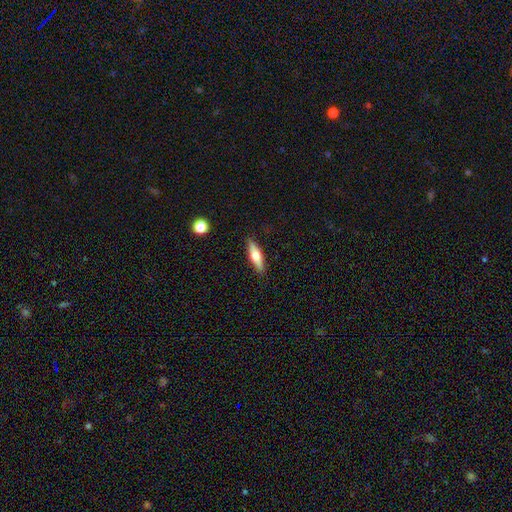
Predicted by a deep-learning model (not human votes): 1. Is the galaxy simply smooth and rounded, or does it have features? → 52% smooth, 42% featured or disk, 6% star or artifact.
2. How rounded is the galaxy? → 59% cigar-shaped, 38% in between, 3% round.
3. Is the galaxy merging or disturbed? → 88% none, 9% minor disturbance, 2% major disturbance, 1% merger.